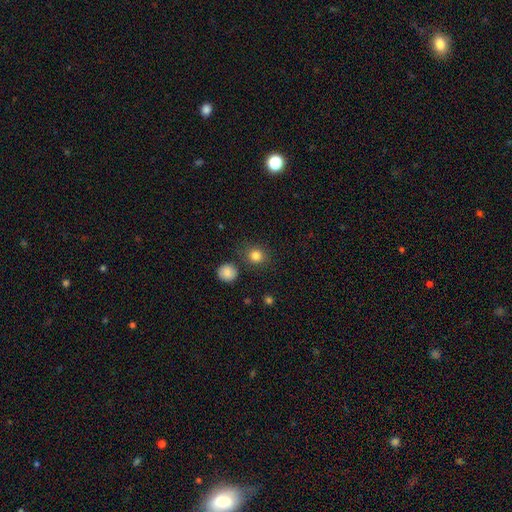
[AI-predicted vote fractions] Smooth or featured: smooth — 83% (star or artifact — 12%)
How rounded: round — 84% (in between — 15%)
Merging: none — 81% (minor disturbance — 10%)